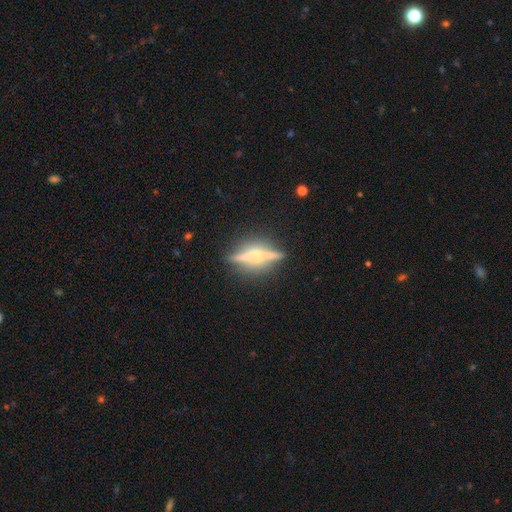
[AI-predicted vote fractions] featured or disk 77%, smooth 15%, star or artifact 8%. Down the decision tree: edge-on disk — yes (94%); edge-on bulge — rounded (83%); merging — none (82%).